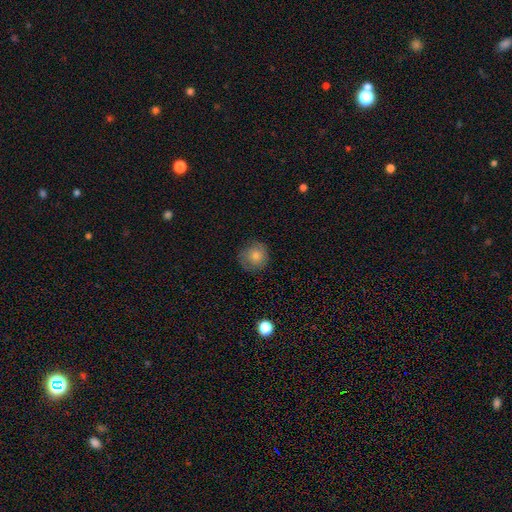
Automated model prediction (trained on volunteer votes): Smooth or featured? Predicted: smooth (p=0.76). How rounded? Predicted: round (p=0.91). Merging? Predicted: none (p=0.78).